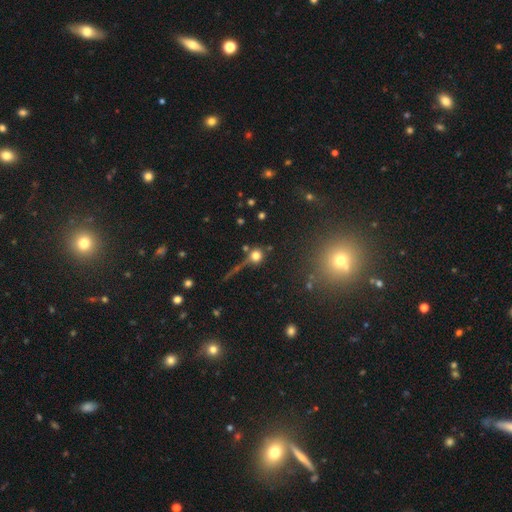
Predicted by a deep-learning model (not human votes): Smooth or featured?
  - smooth: 71% *
  - star or artifact: 18%
  - featured or disk: 11%
How rounded?
  - round: 92% *
  - in between: 6%
  - cigar-shaped: 2%
Merging?
  - none: 67% *
  - merger: 14%
  - minor disturbance: 11%
  - major disturbance: 7%